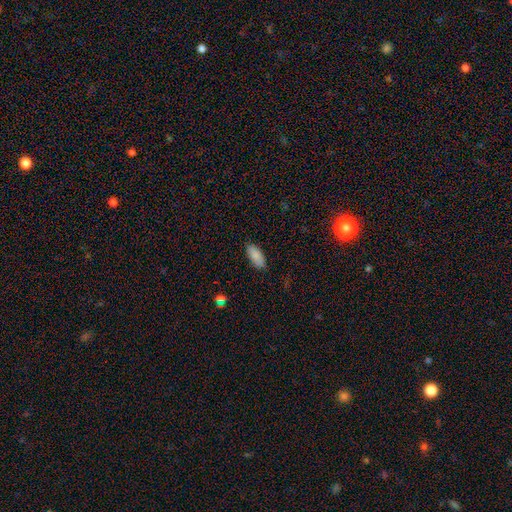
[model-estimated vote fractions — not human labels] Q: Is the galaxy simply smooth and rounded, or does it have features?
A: smooth — 87%.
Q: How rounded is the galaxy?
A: in between — 88%.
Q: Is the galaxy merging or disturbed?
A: none — 86%.